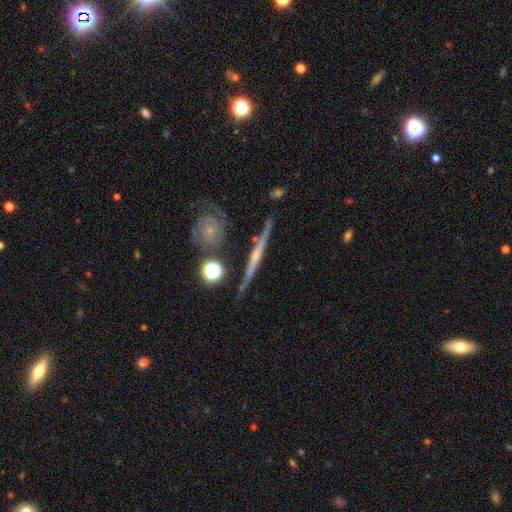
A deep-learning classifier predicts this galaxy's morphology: Smooth or featured? featured or disk (75%)
Edge-on disk? yes (91%)
Edge-on bulge? rounded (72%)
Merging? none (79%)